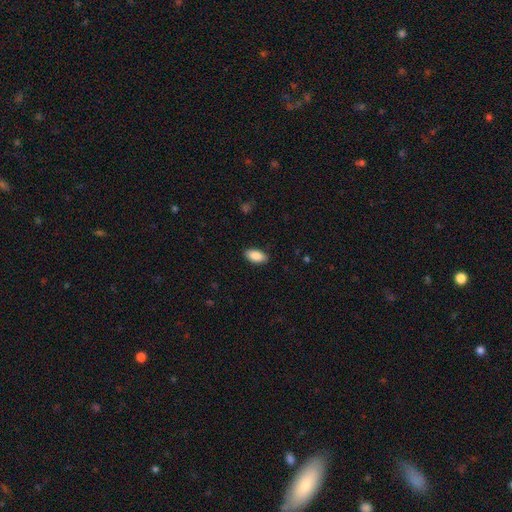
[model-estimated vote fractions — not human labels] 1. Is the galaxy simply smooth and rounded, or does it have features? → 89% smooth, 6% star or artifact, 5% featured or disk.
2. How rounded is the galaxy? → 92% in between, 5% cigar-shaped, 3% round.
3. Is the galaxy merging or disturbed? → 87% none, 9% minor disturbance, 2% major disturbance, 1% merger.